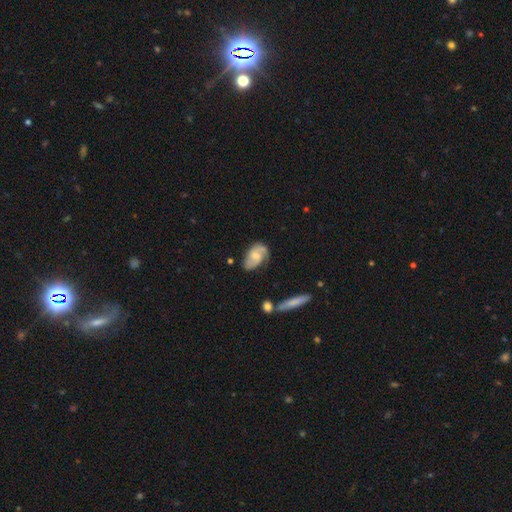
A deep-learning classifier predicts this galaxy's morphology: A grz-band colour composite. It shows a featured or disk galaxy (71%) with no bar (59%), 2 (76%) medium (47%) spiral arms (93%) and a moderate central bulge (44%). Merging: none (64%).